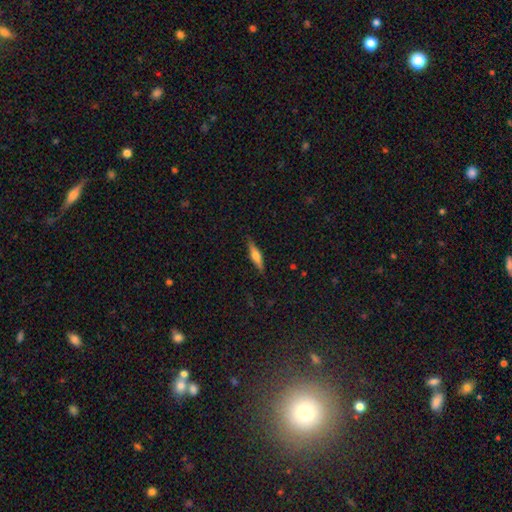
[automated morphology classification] Smooth or featured?
  - featured or disk: 50% *
  - smooth: 44%
  - star or artifact: 6%
Edge-on disk?
  - yes: 94% *
  - no: 6%
Merging?
  - none: 88% *
  - minor disturbance: 9%
  - major disturbance: 2%
  - merger: 1%